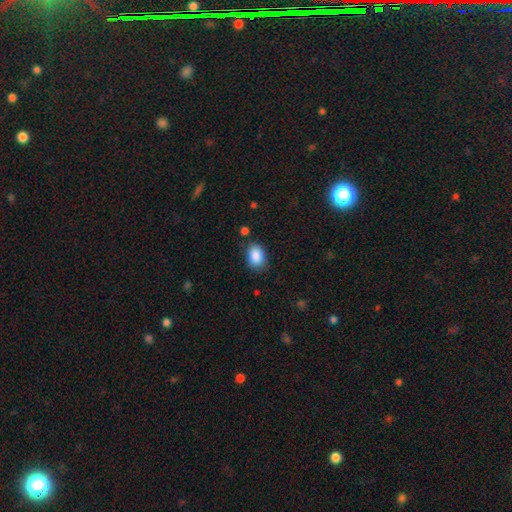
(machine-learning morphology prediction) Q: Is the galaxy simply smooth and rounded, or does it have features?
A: smooth — 88%.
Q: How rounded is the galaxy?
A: in between — 75%.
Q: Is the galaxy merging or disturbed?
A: none — 76%.